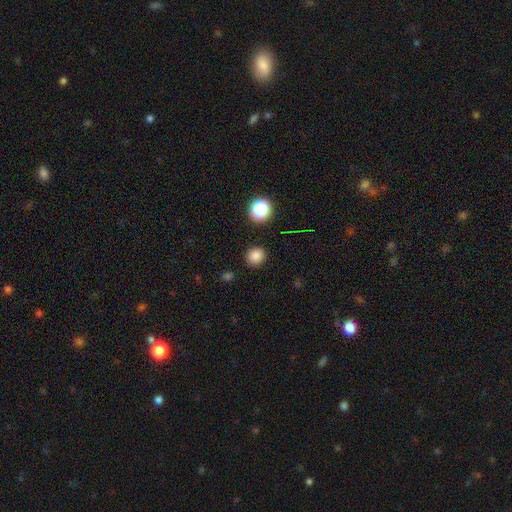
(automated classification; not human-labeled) Smooth or featured? Predicted: smooth (p=0.84). How rounded? Predicted: round (p=0.85). Merging? Predicted: none (p=0.89).